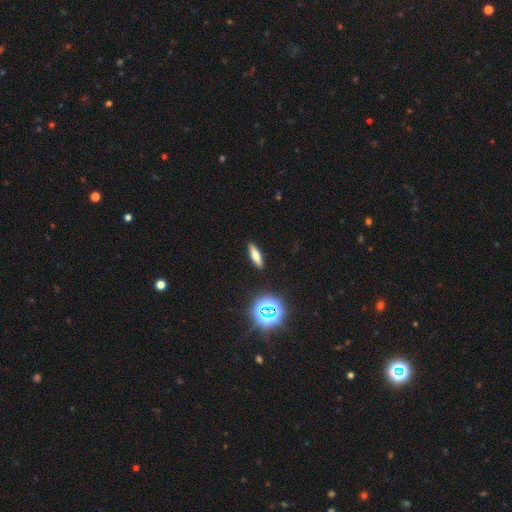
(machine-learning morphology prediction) Smooth or featured: smooth — 65% (featured or disk — 20%)
How rounded: cigar-shaped — 54% (in between — 42%)
Merging: none — 90% (minor disturbance — 7%)